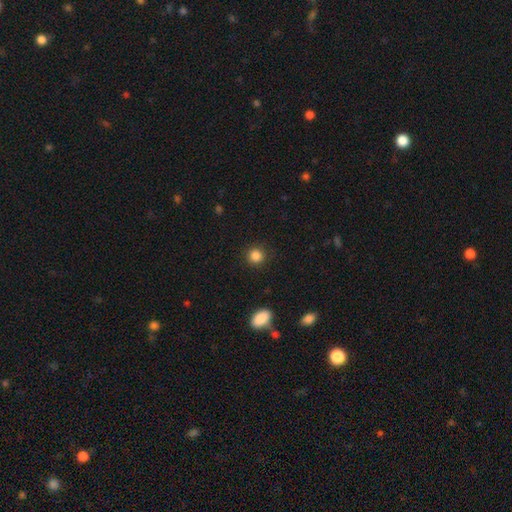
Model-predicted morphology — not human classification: Smooth or featured: smooth — 86% (star or artifact — 11%)
How rounded: round — 90% (in between — 9%)
Merging: none — 90% (minor disturbance — 7%)